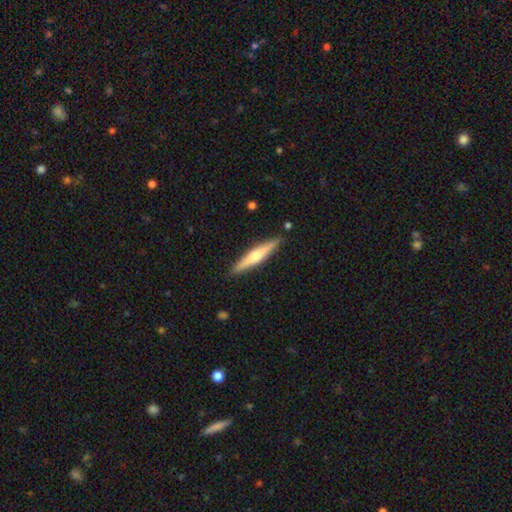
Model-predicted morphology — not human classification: type=featured or disk (52%); edge-on=yes (96%); merging=none (88%).